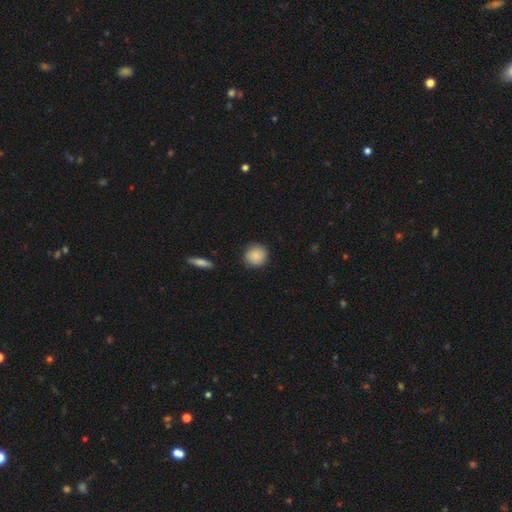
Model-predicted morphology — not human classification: type=smooth (86%); roundness=round (92%); merging=none (87%).